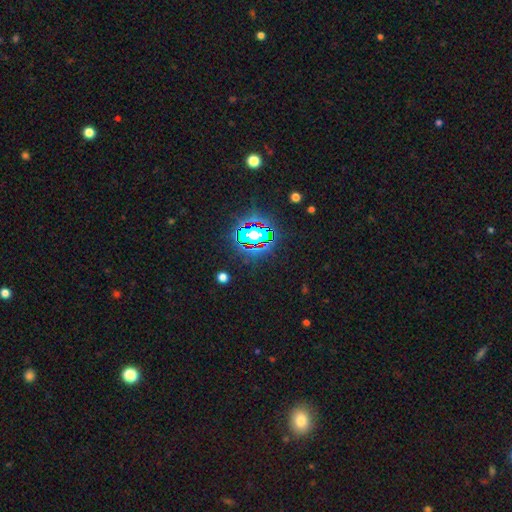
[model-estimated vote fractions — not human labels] This appears to be a star or artifact, not a galaxy (78%).